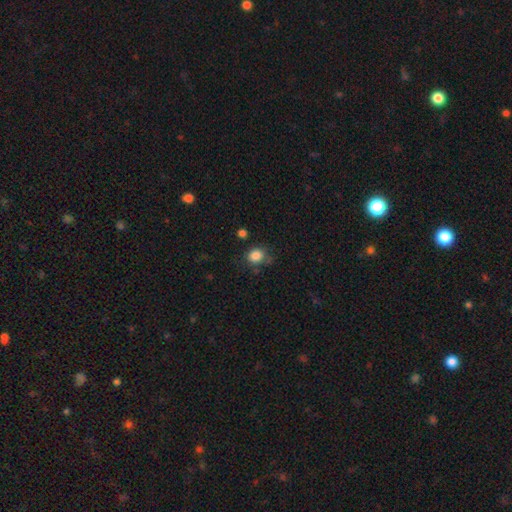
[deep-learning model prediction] Smooth or featured? Predicted: smooth (p=0.85). How rounded? Predicted: round (p=0.70). Merging? Predicted: none (p=0.68).